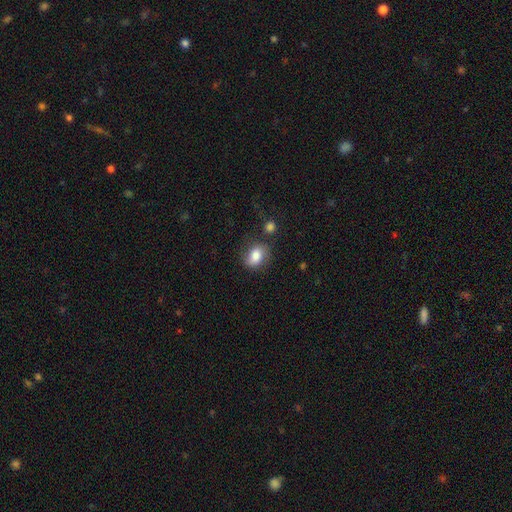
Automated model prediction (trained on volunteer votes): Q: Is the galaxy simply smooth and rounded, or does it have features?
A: smooth — 81%.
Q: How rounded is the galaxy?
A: in between — 65%.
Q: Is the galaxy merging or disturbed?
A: none — 69%.